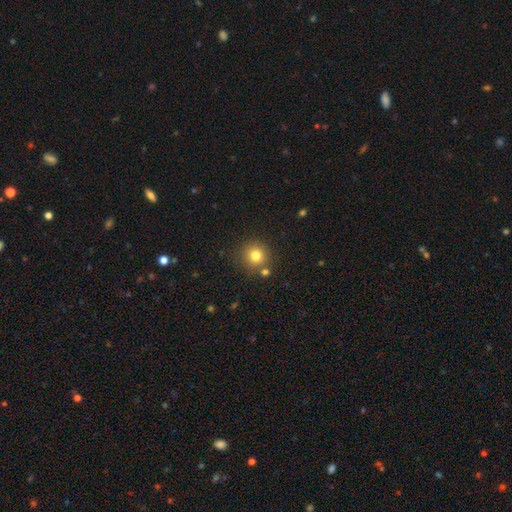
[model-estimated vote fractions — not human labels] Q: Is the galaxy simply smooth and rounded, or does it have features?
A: smooth — 79%.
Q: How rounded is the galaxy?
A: round — 93%.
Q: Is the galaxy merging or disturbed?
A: none — 80%.